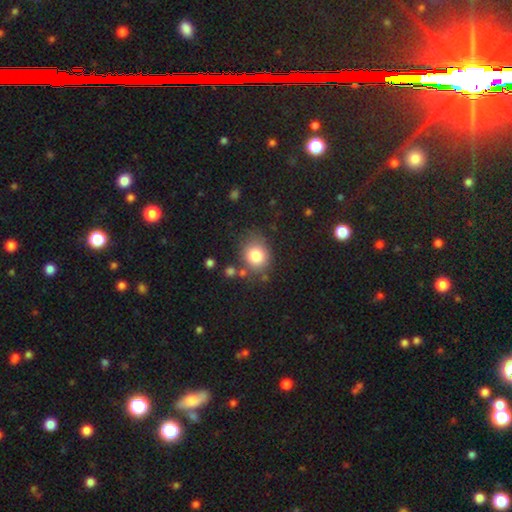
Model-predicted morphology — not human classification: smooth_or_featured: smooth (p=0.81) [alt: star or artifact p=0.11]
how_rounded: round (p=0.69) [alt: in between p=0.30]
merging: none (p=0.75) [alt: minor disturbance p=0.14]